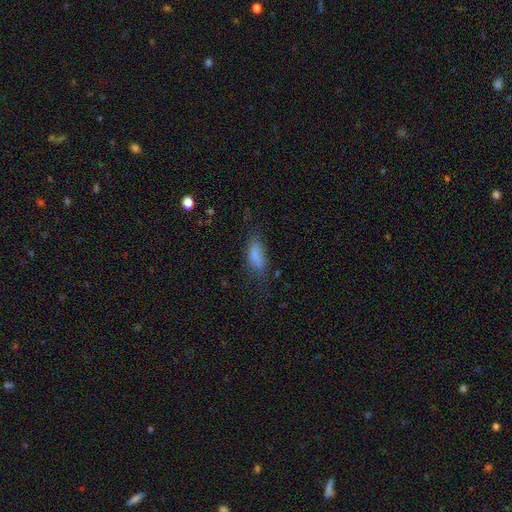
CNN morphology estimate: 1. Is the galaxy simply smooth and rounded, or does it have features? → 76% smooth, 13% featured or disk, 11% star or artifact.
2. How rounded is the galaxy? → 75% in between, 22% cigar-shaped, 3% round.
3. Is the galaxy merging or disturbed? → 47% none, 29% minor disturbance, 20% major disturbance, 3% merger.